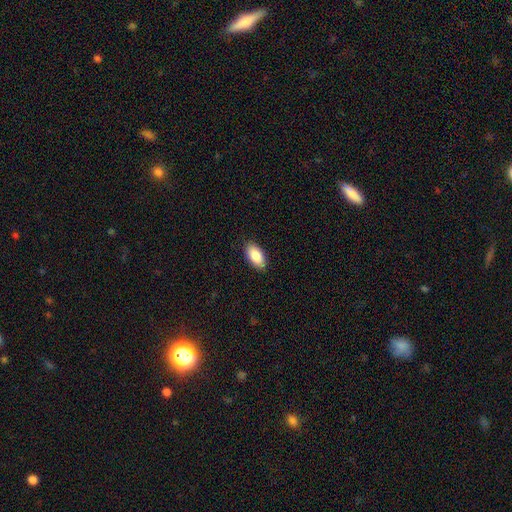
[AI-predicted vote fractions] Morphology: type=smooth (88%); roundness=in between (94%); merging=none (88%).